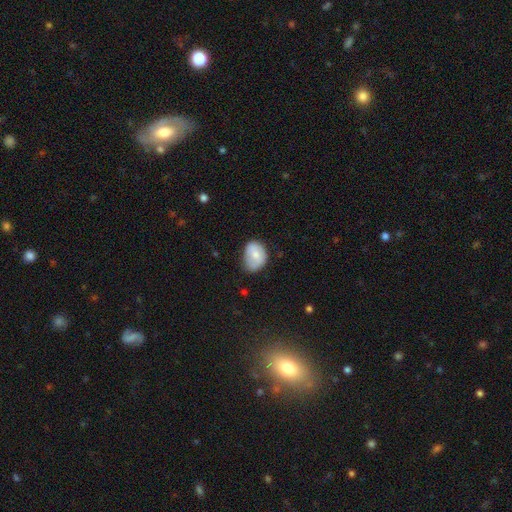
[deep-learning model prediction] Morphology: type=smooth (67%); roundness=in between (69%); merging=none (57%).